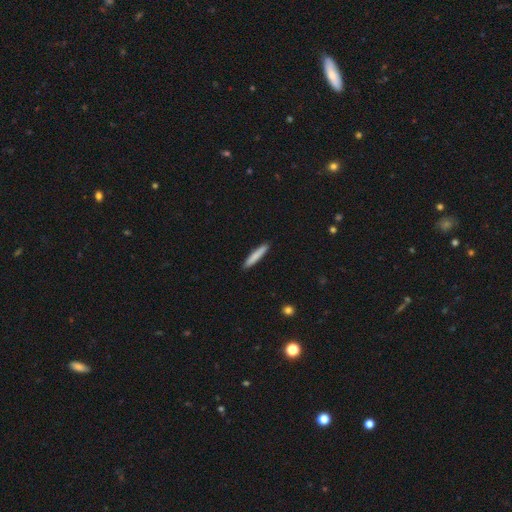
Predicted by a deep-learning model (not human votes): A smooth galaxy with no disk features (82%) that is cigar-shaped (93%).

Vote fractions:
- Smooth or featured? smooth: 82% / featured or disk: 12% / star or artifact: 5%
- How rounded? cigar-shaped: 93% / in between: 5% / round: 1%
- Merging? none: 91% / minor disturbance: 6% / major disturbance: 1% / merger: 1%